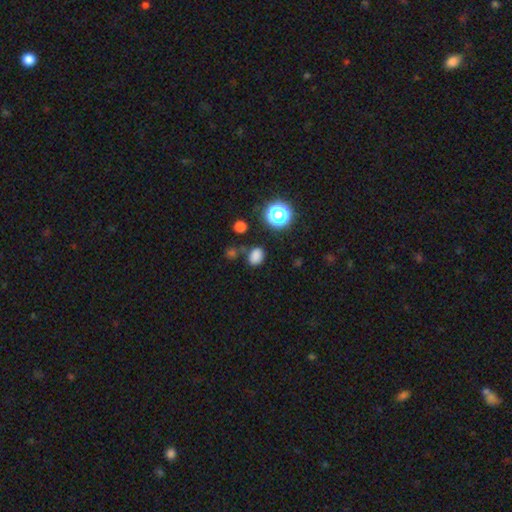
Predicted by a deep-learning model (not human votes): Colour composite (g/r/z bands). It shows a smooth galaxy with no disk features (79%) that is in between round and cigar-shaped (59%). Merging: none (75%).